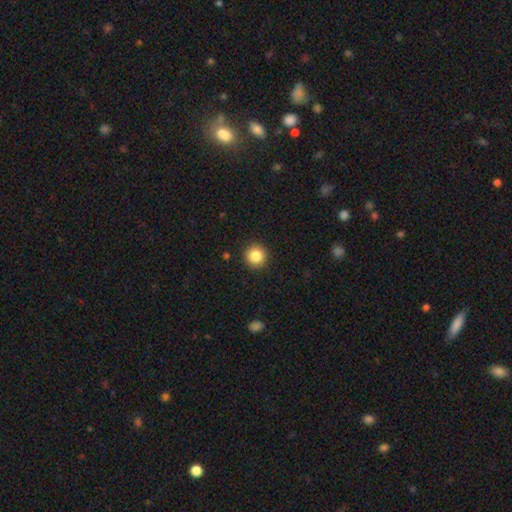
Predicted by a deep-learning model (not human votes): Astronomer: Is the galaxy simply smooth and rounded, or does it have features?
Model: smooth — 85%.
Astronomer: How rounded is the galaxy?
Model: round — 95%.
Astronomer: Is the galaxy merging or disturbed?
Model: none — 92%.